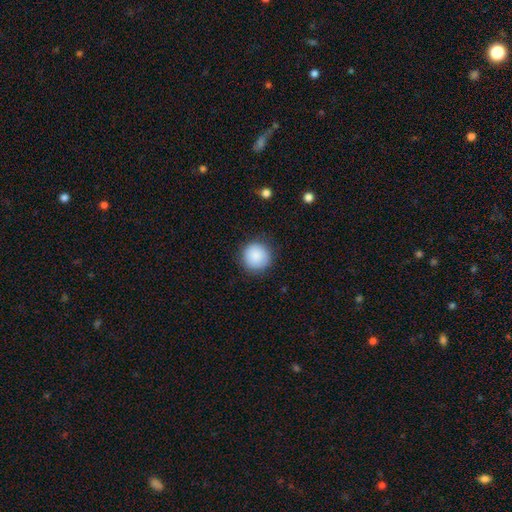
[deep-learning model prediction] Morphology: type=smooth (88%); roundness=round (95%); merging=none (89%).